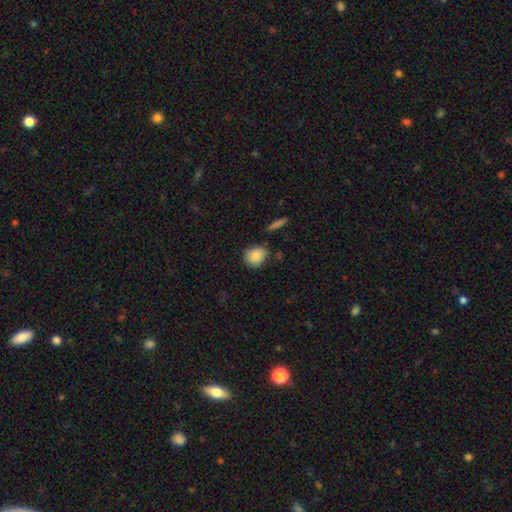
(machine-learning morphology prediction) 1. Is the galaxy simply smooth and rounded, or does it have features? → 86% smooth, 7% star or artifact, 7% featured or disk.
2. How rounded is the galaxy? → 68% round, 30% in between, 1% cigar-shaped.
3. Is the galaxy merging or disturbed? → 76% none, 17% minor disturbance, 4% merger, 3% major disturbance.